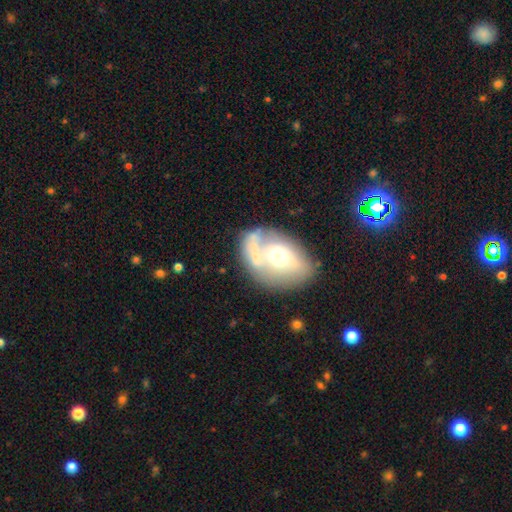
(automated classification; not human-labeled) This appears to be a featured or disk galaxy (57%) with no bar (67%), no spiral arms (60%) and a moderate central bulge (68%). Merging: none (54%).